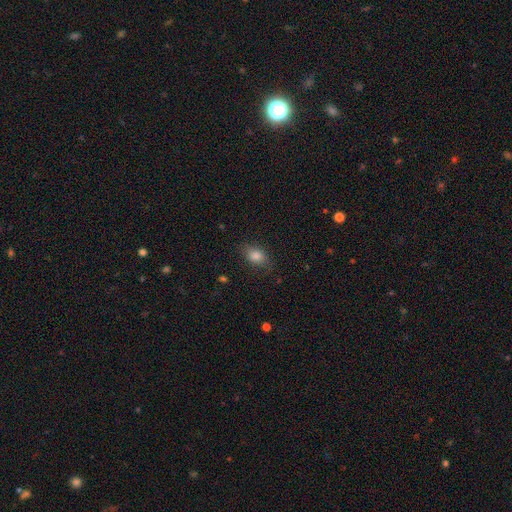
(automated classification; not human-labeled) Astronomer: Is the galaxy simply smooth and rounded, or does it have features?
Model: smooth — 82%.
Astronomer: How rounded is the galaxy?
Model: in between — 75%.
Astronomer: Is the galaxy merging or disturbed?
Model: none — 78%.